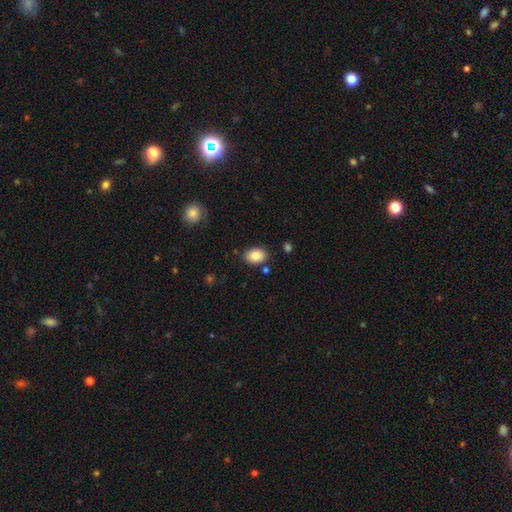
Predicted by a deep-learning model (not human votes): Q: Smooth or featured?
A: smooth (88%); runner-up: star or artifact (8%)
Q: How rounded?
A: in between (79%); runner-up: round (19%)
Q: Merging?
A: none (81%); runner-up: minor disturbance (12%)